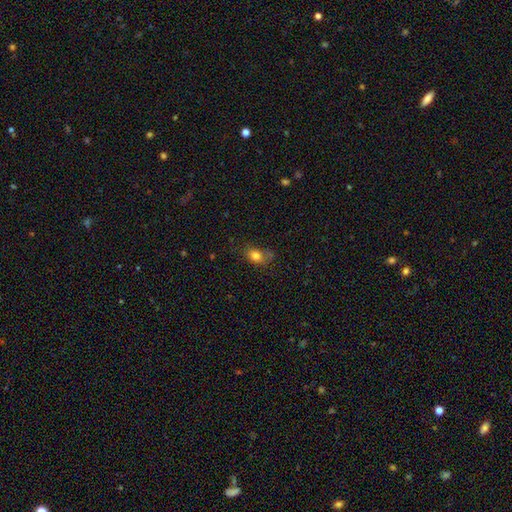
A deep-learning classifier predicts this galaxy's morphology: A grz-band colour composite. It shows a smooth galaxy with no disk features (80%) that is in between round and cigar-shaped (67%). Merging: none (58%).